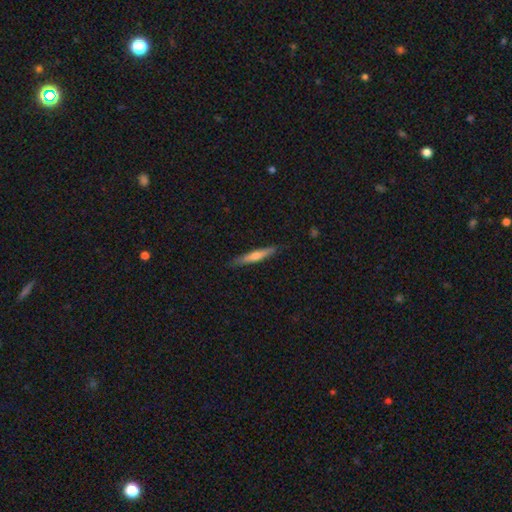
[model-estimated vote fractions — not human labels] This is possibly a smooth galaxy (50%). How rounded: clearly cigar-shaped (92%). Merging: clearly none (85%).